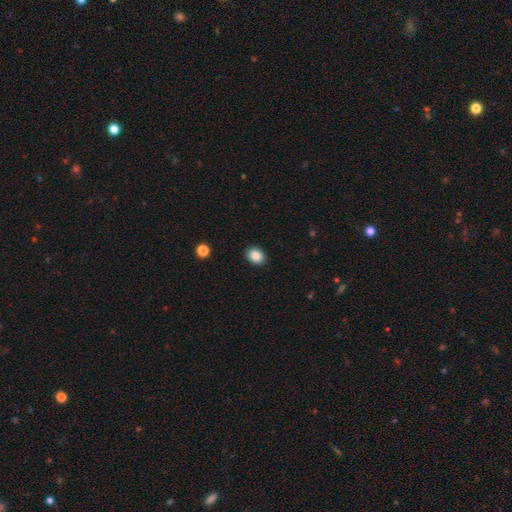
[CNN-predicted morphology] A smooth galaxy with no disk features (88%) that is in between round and cigar-shaped (57%). Merging: none (91%).